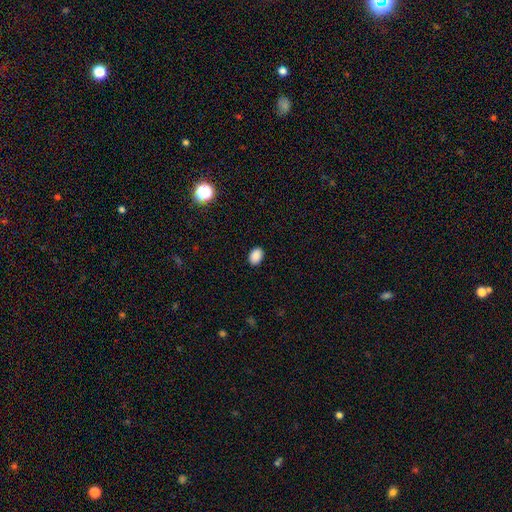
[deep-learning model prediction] smooth_or_featured: smooth (p=0.88) [alt: star or artifact p=0.09]
how_rounded: in between (p=0.77) [alt: round p=0.22]
merging: none (p=0.89) [alt: minor disturbance p=0.08]